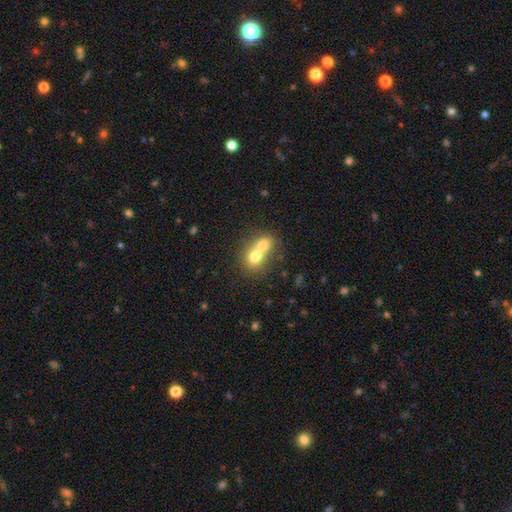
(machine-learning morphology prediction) Smooth or featured? smooth (69%)
How rounded? round (51%)
Merging? merger (71%)